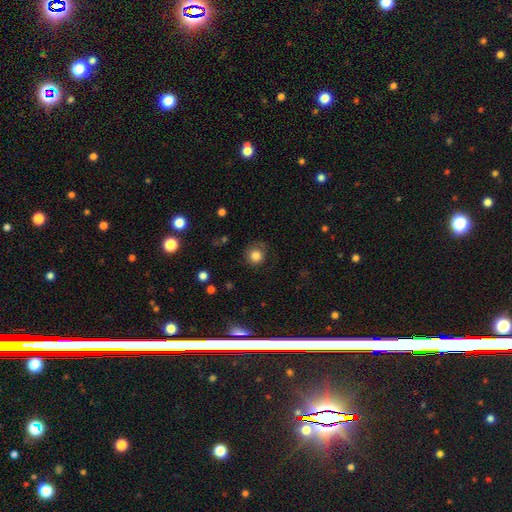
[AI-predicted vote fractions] Smooth or featured? smooth (82%)
How rounded? round (90%)
Merging? none (75%)